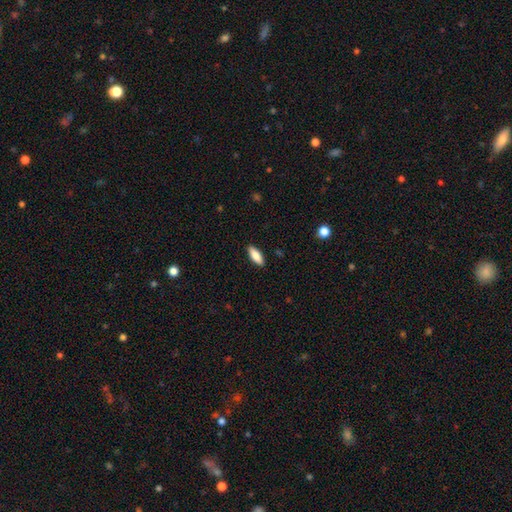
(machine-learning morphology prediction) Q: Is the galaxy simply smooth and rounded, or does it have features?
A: smooth — 81%.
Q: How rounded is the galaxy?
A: in between — 72%.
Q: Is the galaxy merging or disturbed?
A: none — 89%.